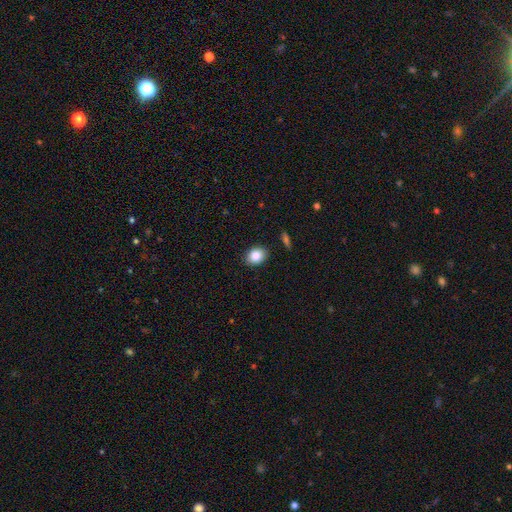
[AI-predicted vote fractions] Smooth or featured? smooth (85%)
How rounded? in between (54%)
Merging? none (88%)